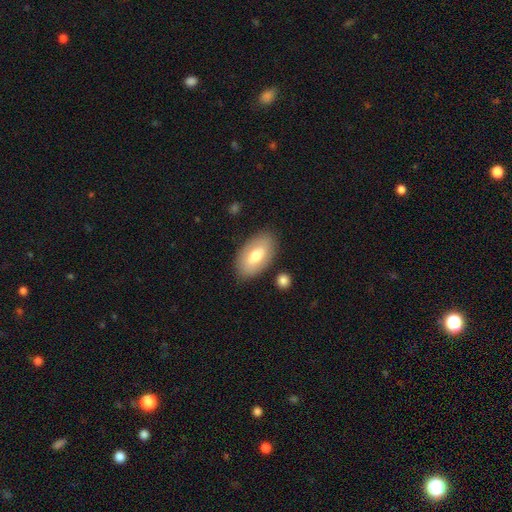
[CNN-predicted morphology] Overall: smooth (63%; featured or disk 31%). How rounded: in between (94%). Merging: none (82%).